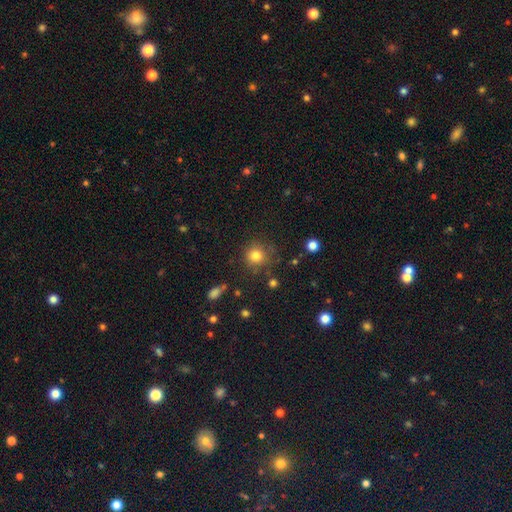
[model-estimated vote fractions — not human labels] smooth-or-featured: smooth: 81% | star or artifact: 13% | featured or disk: 6%
  how-rounded: round: 91% | in between: 8% | cigar-shaped: 1%
  merging: none: 80% | minor disturbance: 12% | major disturbance: 4% | merger: 4%